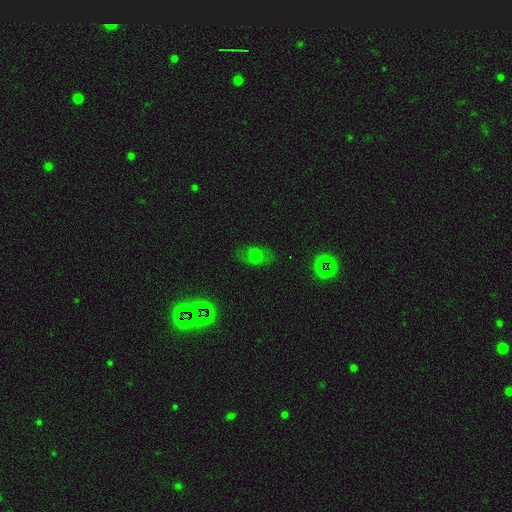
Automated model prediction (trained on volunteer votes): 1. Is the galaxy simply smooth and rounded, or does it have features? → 54% smooth, 25% star or artifact, 21% featured or disk.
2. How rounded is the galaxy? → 69% in between, 29% round, 2% cigar-shaped.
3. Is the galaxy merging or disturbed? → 73% none, 17% minor disturbance, 8% major disturbance, 2% merger.